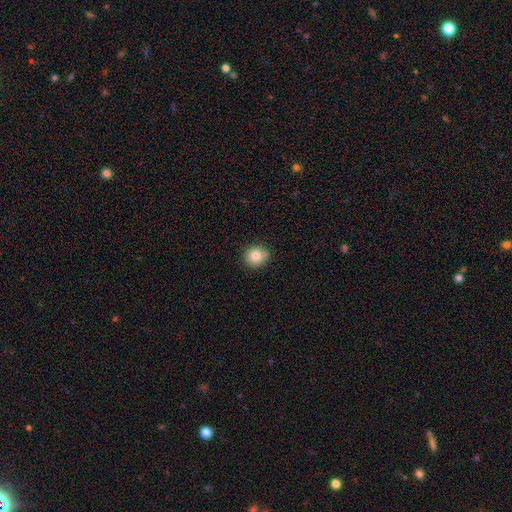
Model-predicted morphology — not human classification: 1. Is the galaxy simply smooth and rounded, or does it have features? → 82% smooth, 10% star or artifact, 8% featured or disk.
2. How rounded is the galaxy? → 84% round, 15% in between, 1% cigar-shaped.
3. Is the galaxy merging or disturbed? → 86% none, 11% minor disturbance, 2% major disturbance, 1% merger.